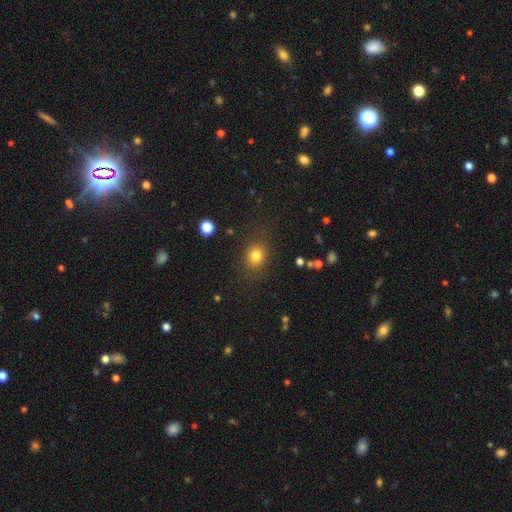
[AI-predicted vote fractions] Smooth or featured: smooth — 81% (star or artifact — 12%)
How rounded: round — 56% (in between — 43%)
Merging: none — 84% (minor disturbance — 10%)